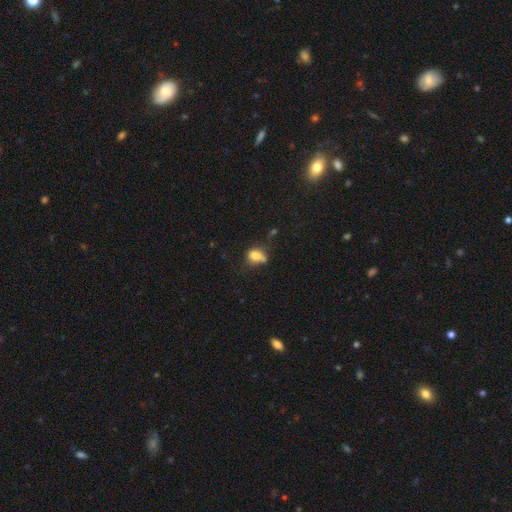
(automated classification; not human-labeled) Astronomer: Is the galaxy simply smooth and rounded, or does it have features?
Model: smooth — 75%.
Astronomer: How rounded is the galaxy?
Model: in between — 60% (runner-up: round, 37%).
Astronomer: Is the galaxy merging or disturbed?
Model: none — 40% (runner-up: minor disturbance, 29%).